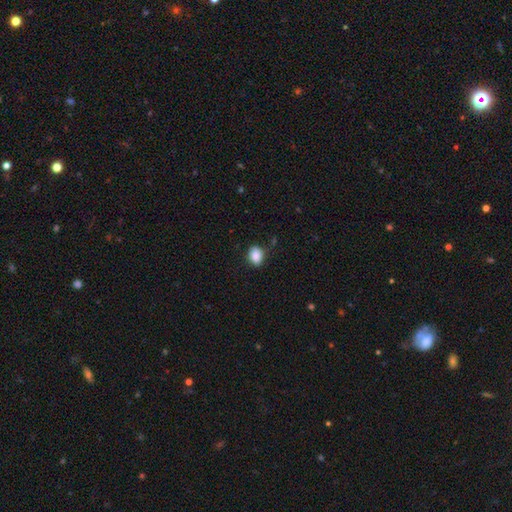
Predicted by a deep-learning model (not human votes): smooth 88%, star or artifact 9%, featured or disk 4%. Down the decision tree: how rounded — in between (63%); merging — none (82%).